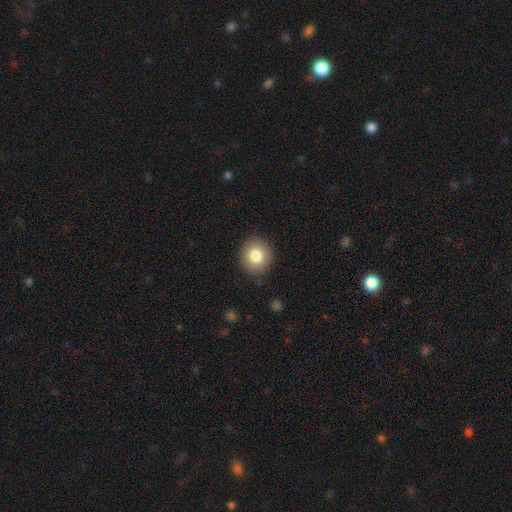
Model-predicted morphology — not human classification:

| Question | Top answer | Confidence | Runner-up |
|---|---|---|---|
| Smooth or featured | smooth | 81% | featured or disk (9%) |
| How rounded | round | 86% | in between (13%) |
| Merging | none | 89% | minor disturbance (7%) |